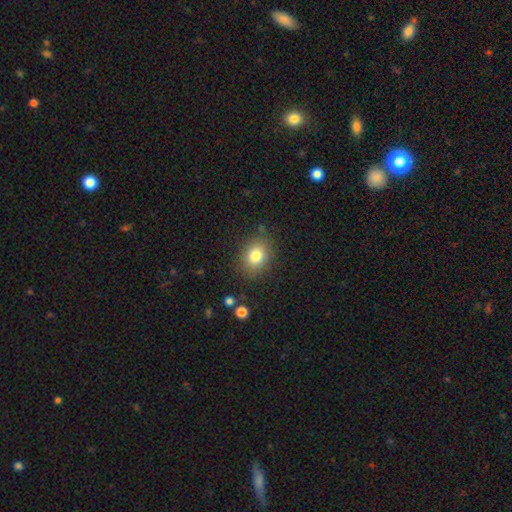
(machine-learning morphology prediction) Smooth or featured? Predicted: smooth (p=0.79). How rounded? Predicted: in between (p=0.55). Merging? Predicted: none (p=0.83).